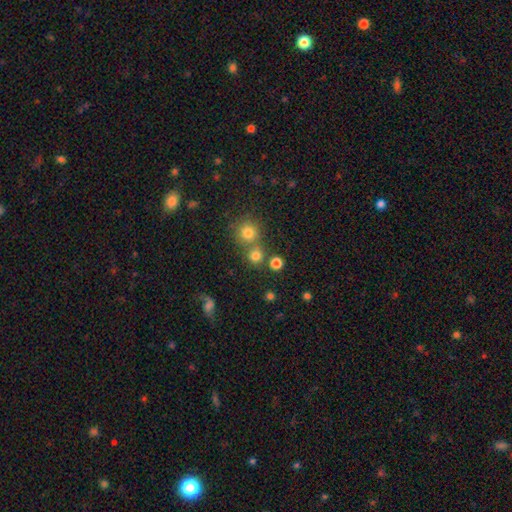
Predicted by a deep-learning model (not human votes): This is likely a smooth galaxy (77%). How rounded: clearly round (91%). Merging: likely none (64%).